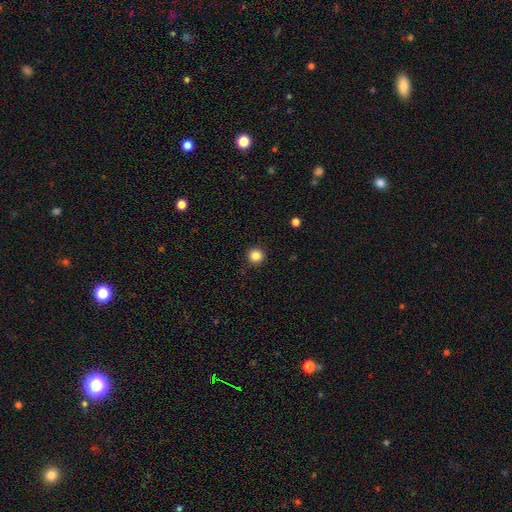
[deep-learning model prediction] Smooth or featured: smooth — 85% (star or artifact — 11%)
How rounded: round — 95% (in between — 4%)
Merging: none — 91% (minor disturbance — 6%)